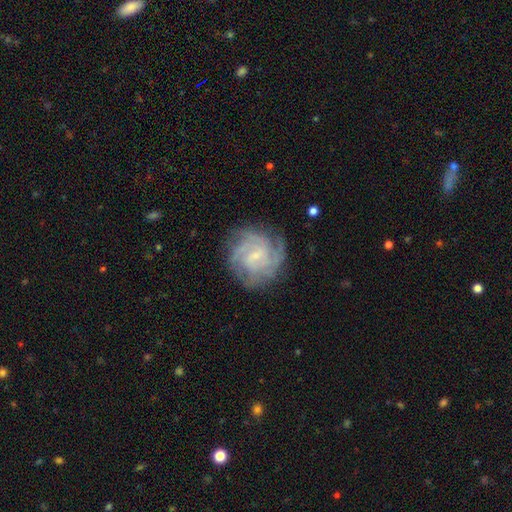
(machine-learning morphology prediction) smooth_or_featured: featured or disk (p=0.82) [alt: smooth p=0.11]
disk_edge_on: no (p=0.98) [alt: yes p=0.02]
bar: weak (p=0.51) [alt: no p=0.40]
has_spiral_arms: yes (p=0.95) [alt: no p=0.05]
spiral_winding: tight (p=0.61) [alt: medium p=0.32]
spiral_arm_count: can't tell (p=0.30) [alt: 3 p=0.23]
bulge_size: small (p=0.69) [alt: moderate p=0.15]
merging: none (p=0.76) [alt: minor disturbance p=0.16]